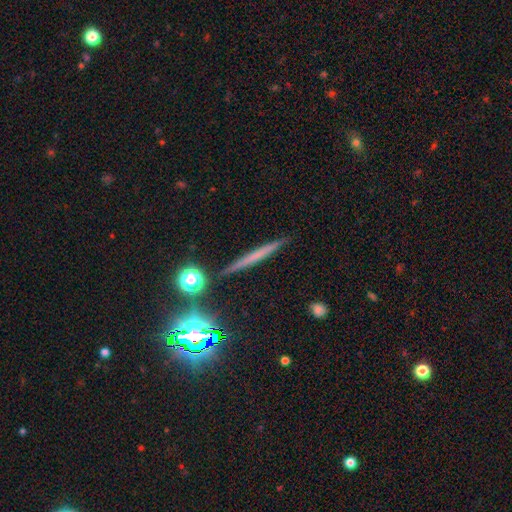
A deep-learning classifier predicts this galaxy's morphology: This is marginally a smooth galaxy (44%). Merging: clearly none (90%).